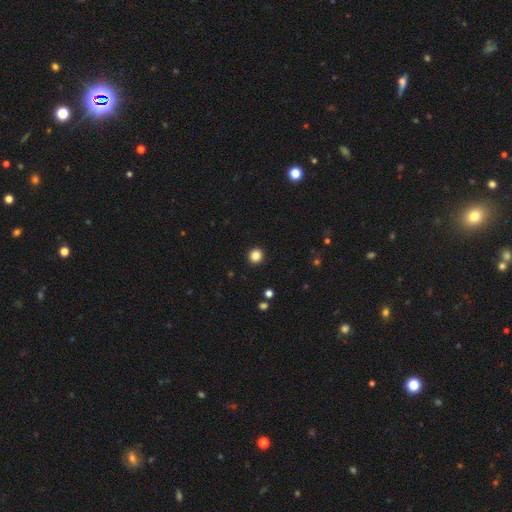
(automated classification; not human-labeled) Smooth or featured: smooth — 86% (star or artifact — 11%)
How rounded: round — 91% (in between — 8%)
Merging: none — 93% (minor disturbance — 4%)